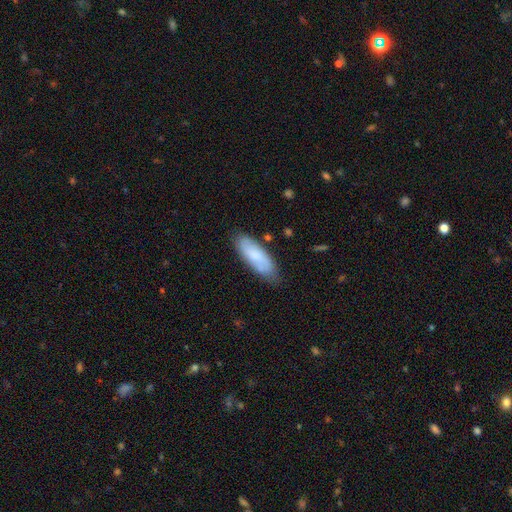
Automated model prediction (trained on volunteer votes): Smooth or featured: smooth — 70% (featured or disk — 24%)
How rounded: in between — 64% (cigar-shaped — 34%)
Merging: none — 74% (minor disturbance — 20%)